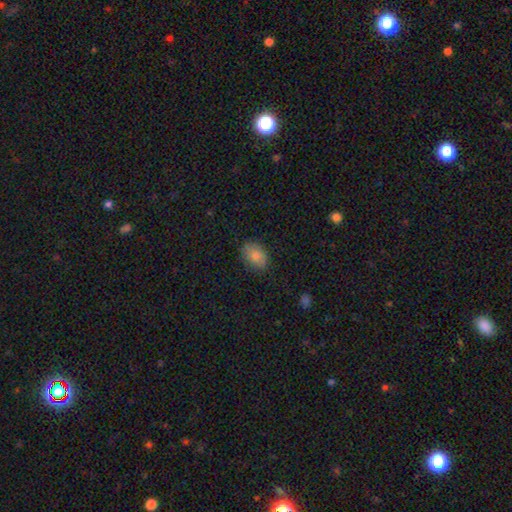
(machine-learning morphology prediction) Smooth or featured?
  - smooth: 83% *
  - featured or disk: 9%
  - star or artifact: 8%
How rounded?
  - in between: 77% *
  - round: 22%
  - cigar-shaped: 1%
Merging?
  - none: 79% *
  - minor disturbance: 16%
  - major disturbance: 4%
  - merger: 1%